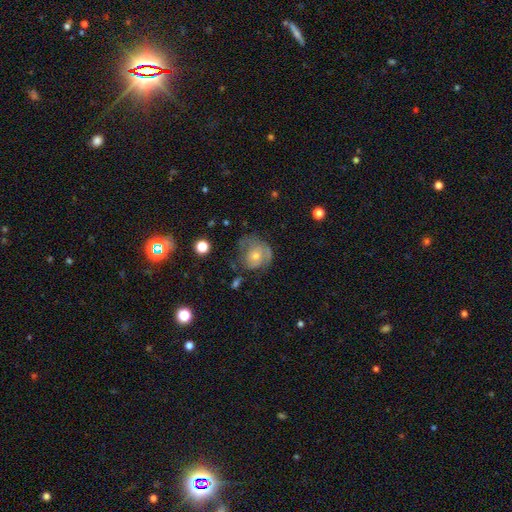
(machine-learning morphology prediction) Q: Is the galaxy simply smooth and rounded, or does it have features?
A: featured or disk — 58%.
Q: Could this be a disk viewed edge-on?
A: no — 97%.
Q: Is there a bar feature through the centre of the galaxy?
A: no — 81%.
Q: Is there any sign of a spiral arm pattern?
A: yes — 70%.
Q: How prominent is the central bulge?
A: small — 48%.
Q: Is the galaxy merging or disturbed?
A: none — 52%.